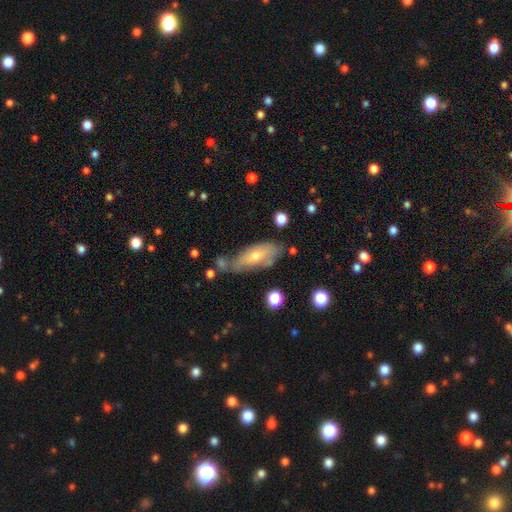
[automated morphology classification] type=smooth (53%); roundness=in between (70%); merging=none (58%).